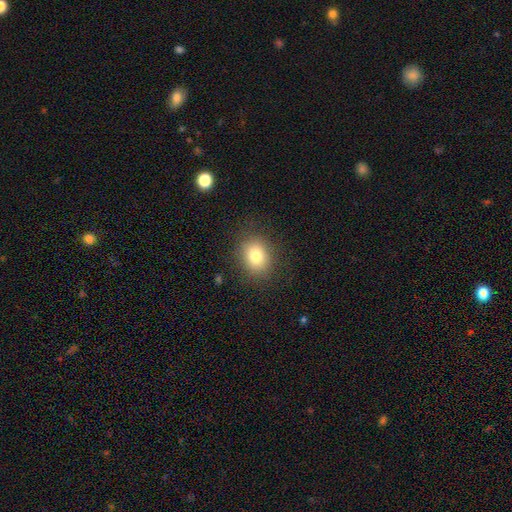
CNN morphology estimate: Smooth or featured?
  - smooth: 80% *
  - star or artifact: 11%
  - featured or disk: 9%
How rounded?
  - round: 51% *
  - in between: 48%
  - cigar-shaped: 1%
Merging?
  - none: 85% *
  - minor disturbance: 10%
  - major disturbance: 4%
  - merger: 1%